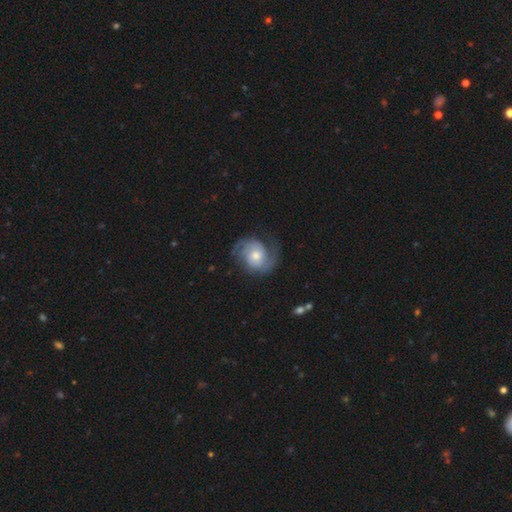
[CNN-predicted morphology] Smooth or featured? featured or disk (81%)
Edge-on disk? no (98%)
Bar? no (71%)
Spiral arms? yes (95%)
Spiral winding? medium (46%)
Spiral arm count? 2 (81%)
Bulge size? moderate (58%)
Merging? none (70%)